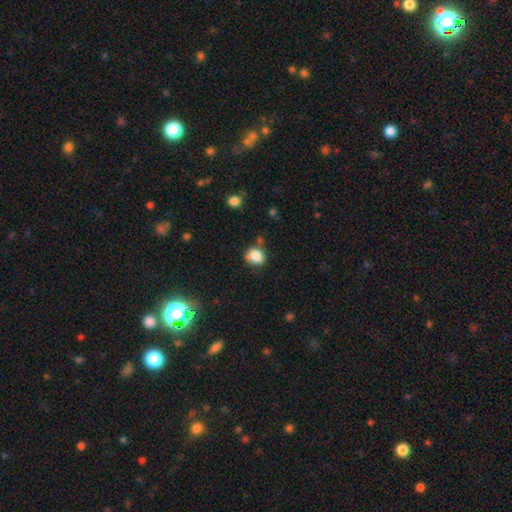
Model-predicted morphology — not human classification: Smooth or featured: smooth — 83% (star or artifact — 10%)
How rounded: round — 62% (in between — 37%)
Merging: none — 64% (minor disturbance — 22%)